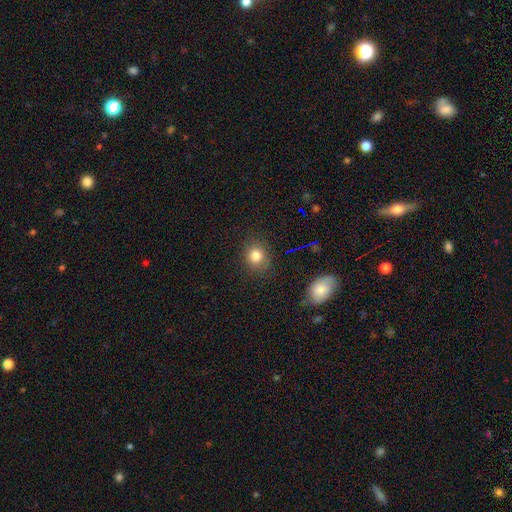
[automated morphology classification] smooth_or_featured: smooth (p=0.81) [alt: star or artifact p=0.12]
how_rounded: round (p=0.75) [alt: in between p=0.24]
merging: none (p=0.83) [alt: minor disturbance p=0.11]